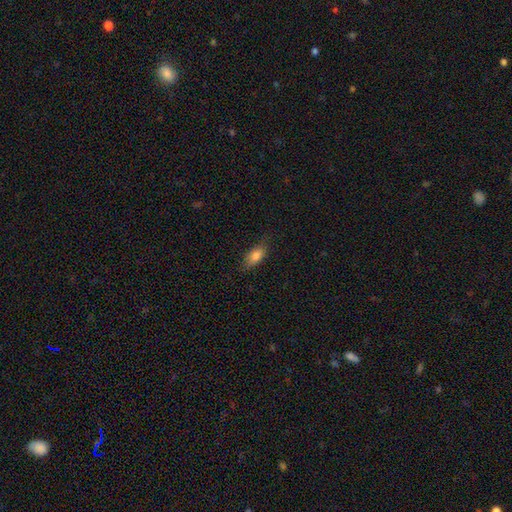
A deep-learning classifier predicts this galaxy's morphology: smooth_or_featured: smooth (p=0.81) [alt: featured or disk p=0.11]
how_rounded: in between (p=0.84) [alt: cigar-shaped p=0.12]
merging: none (p=0.76) [alt: minor disturbance p=0.19]